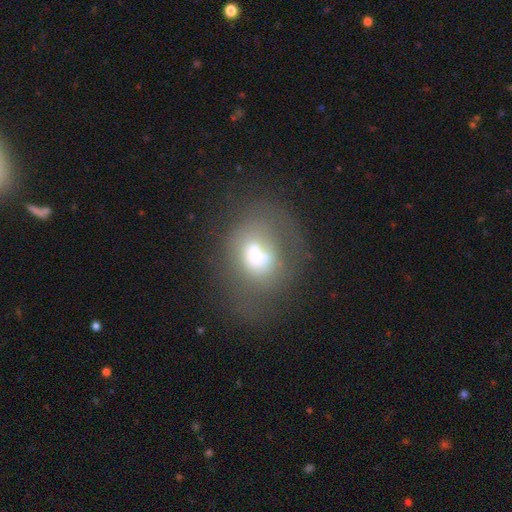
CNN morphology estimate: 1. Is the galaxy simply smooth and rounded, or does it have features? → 55% smooth, 33% featured or disk, 13% star or artifact.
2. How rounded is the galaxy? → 57% in between, 42% round, 1% cigar-shaped.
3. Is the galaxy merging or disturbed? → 43% none, 21% minor disturbance, 19% merger, 16% major disturbance.